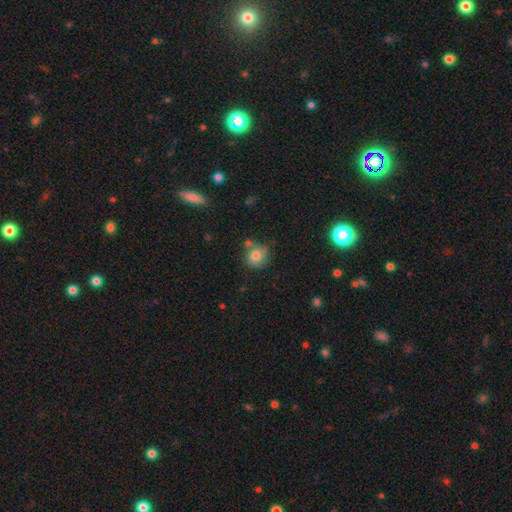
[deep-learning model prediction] Smooth or featured? Predicted: smooth (p=0.79). How rounded? Predicted: round (p=0.85). Merging? Predicted: none (p=0.63).